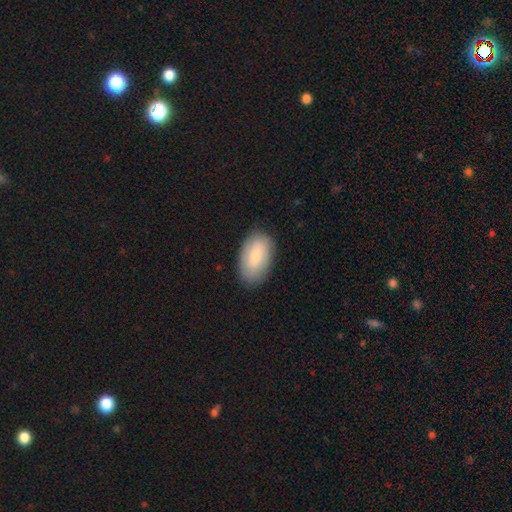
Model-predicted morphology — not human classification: smooth 72%, featured or disk 22%, star or artifact 6%. Down the decision tree: how rounded — in between (94%); merging — none (83%).